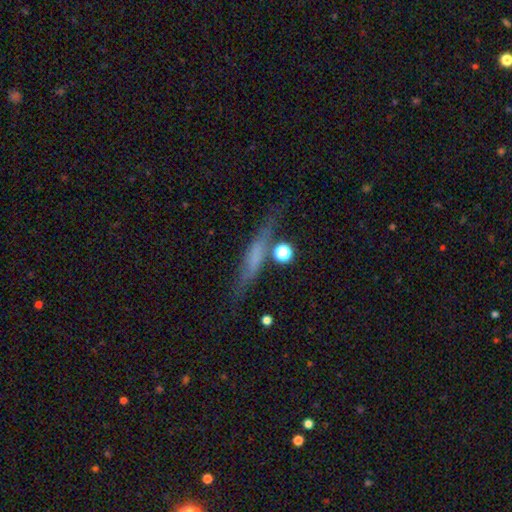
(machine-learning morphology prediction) featured or disk 44% (tied), smooth 44% (tied), star or artifact 12%. Down the decision tree: merging — none (67%).